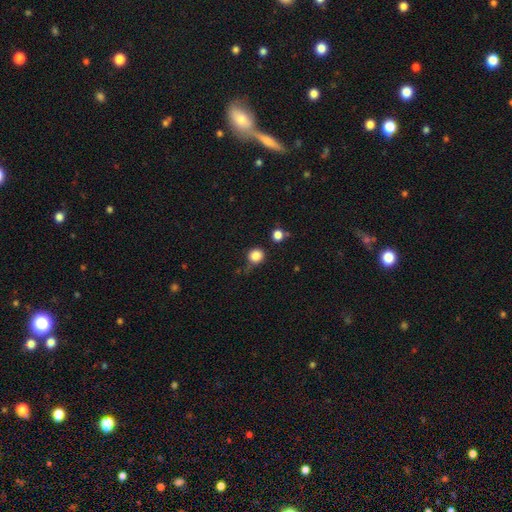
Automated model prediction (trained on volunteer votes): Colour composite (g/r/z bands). It shows a smooth galaxy with no disk features (85%) that is round (90%). Merging: none (69%).